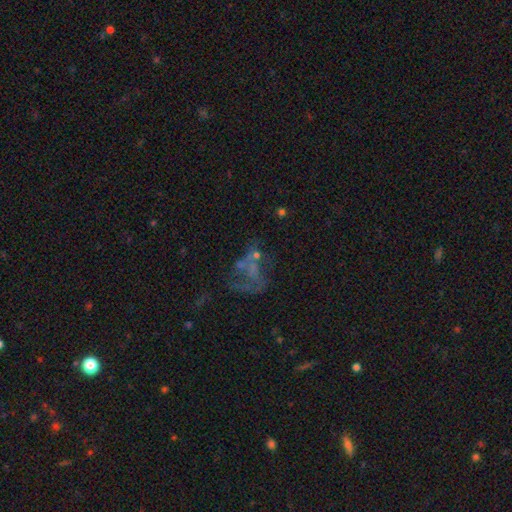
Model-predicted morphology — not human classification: A featured or disk galaxy (48%). Merging: major disturbance (37%).